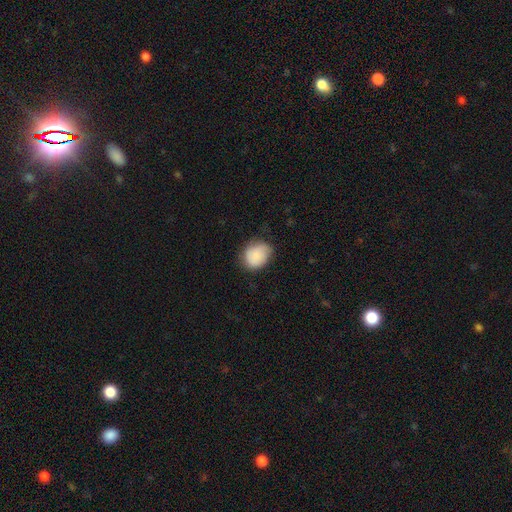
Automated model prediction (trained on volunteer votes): smooth-or-featured: smooth: 82% | featured or disk: 10% | star or artifact: 7%
  how-rounded: round: 56% | in between: 43% | cigar-shaped: 1%
  merging: none: 64% | minor disturbance: 28% | major disturbance: 7% | merger: 1%